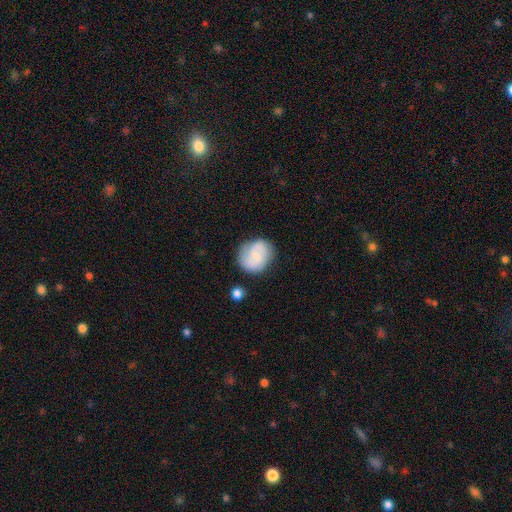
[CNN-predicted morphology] A smooth galaxy with no disk features (51%) that is round (72%). Merging: none (72%).